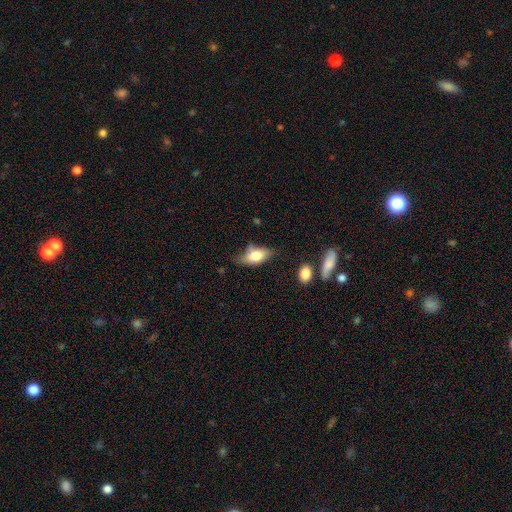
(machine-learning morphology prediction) Smooth or featured? smooth (70%)
How rounded? in between (86%)
Merging? none (50%)